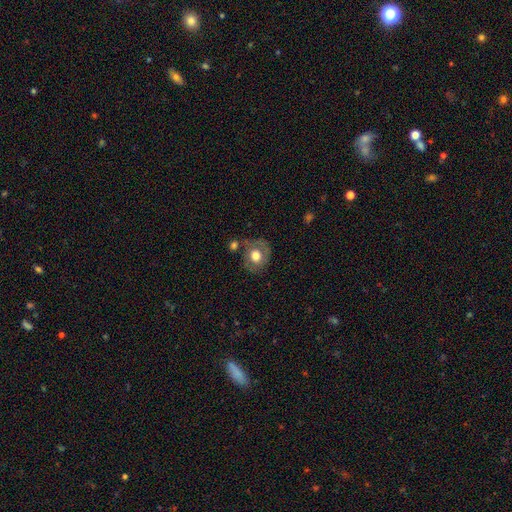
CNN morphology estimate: This appears to be a smooth galaxy with no disk features (54%) that is round (71%). Merging: none (60%).